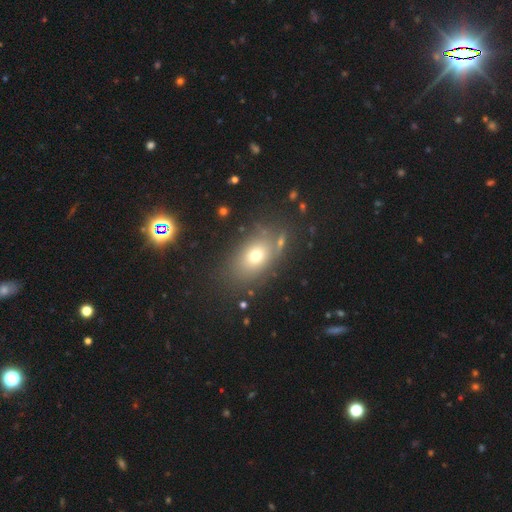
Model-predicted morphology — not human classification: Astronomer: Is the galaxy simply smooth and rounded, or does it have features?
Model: smooth — 70%.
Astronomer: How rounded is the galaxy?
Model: in between — 76%.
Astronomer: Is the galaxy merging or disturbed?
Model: none — 76%.